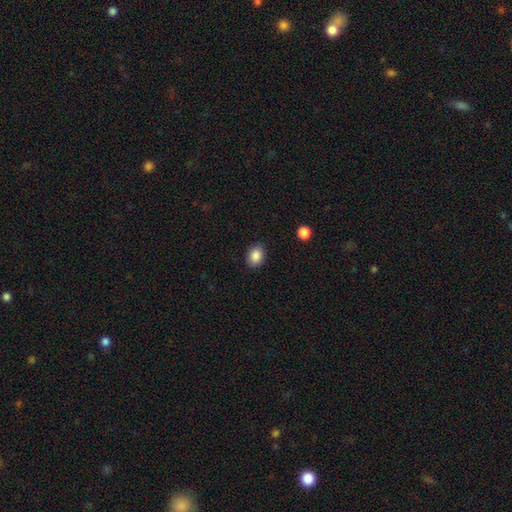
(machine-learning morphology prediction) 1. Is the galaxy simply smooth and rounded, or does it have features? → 88% smooth, 8% star or artifact, 4% featured or disk.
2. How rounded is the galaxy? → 68% in between, 31% round, 1% cigar-shaped.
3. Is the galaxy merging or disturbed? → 88% none, 9% minor disturbance, 2% major disturbance, 1% merger.